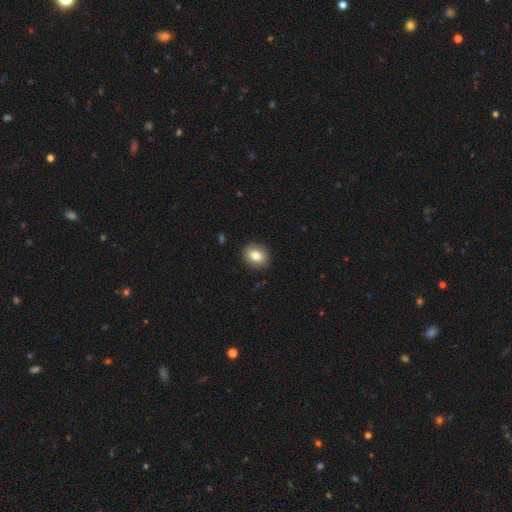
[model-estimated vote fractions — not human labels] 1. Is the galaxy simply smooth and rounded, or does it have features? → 81% smooth, 11% featured or disk, 9% star or artifact.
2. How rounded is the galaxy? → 56% round, 44% in between, 1% cigar-shaped.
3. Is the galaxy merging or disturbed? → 90% none, 7% minor disturbance, 2% major disturbance, 1% merger.